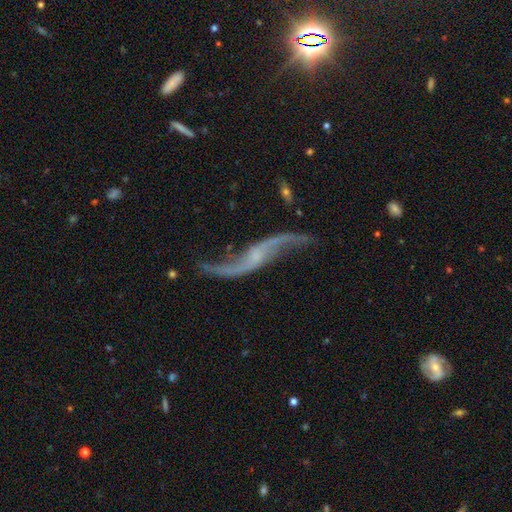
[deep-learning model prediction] This appears to be a featured or disk galaxy (89%) with no bar (54%), 2 (94%) loose (94%) spiral arms (95%) and a small central bulge (54%). Merging: none (69%).